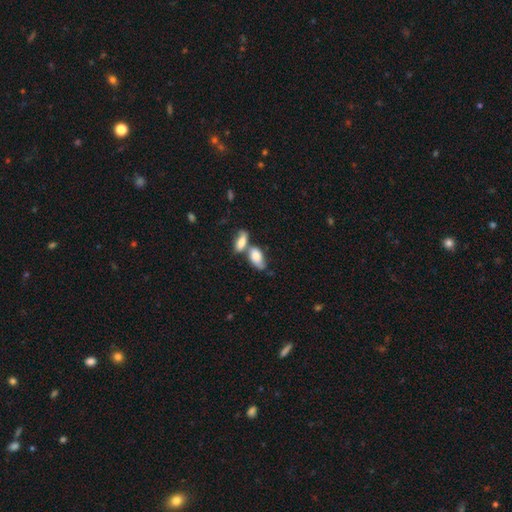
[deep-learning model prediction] smooth_or_featured: smooth (p=0.75) [alt: featured or disk p=0.18]
how_rounded: in between (p=0.89) [alt: cigar-shaped p=0.06]
merging: merger (p=0.52) [alt: none p=0.26]